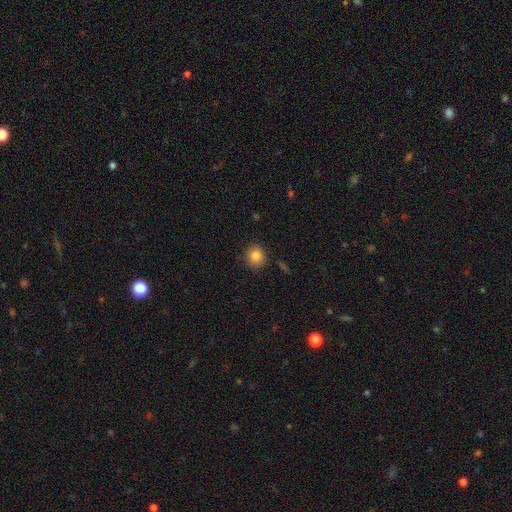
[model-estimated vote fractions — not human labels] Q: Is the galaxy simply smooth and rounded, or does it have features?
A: smooth — 84%.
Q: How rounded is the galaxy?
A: round — 80%.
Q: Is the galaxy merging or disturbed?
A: none — 86%.